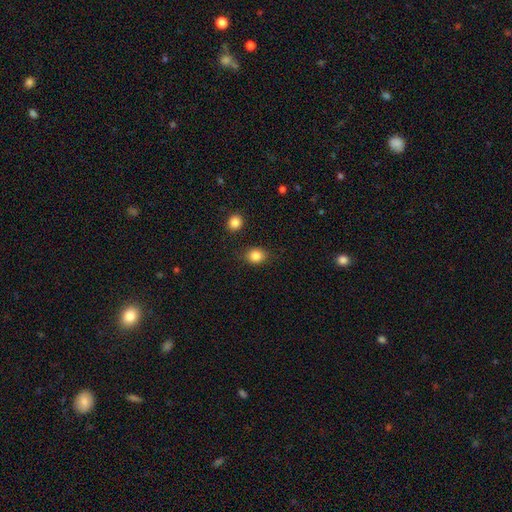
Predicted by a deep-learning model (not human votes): smooth-or-featured: smooth: 85% | star or artifact: 10% | featured or disk: 5%
  how-rounded: round: 59% | in between: 40% | cigar-shaped: 1%
  merging: none: 82% | minor disturbance: 12% | major disturbance: 3% | merger: 3%